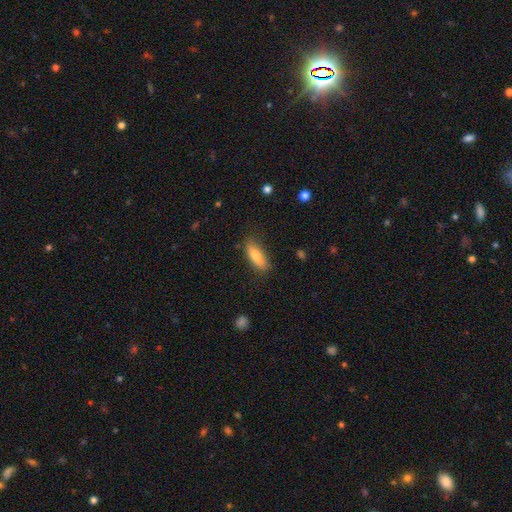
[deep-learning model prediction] This is likely a smooth galaxy (79%). How rounded: possibly in between (57%). Merging: likely none (78%).